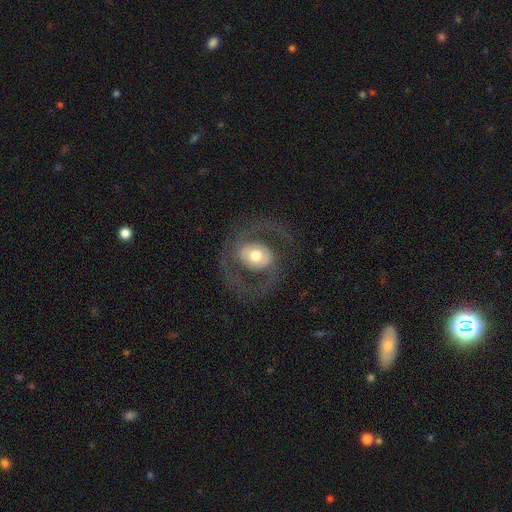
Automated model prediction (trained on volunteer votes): The model was most divided on "bar": no: 63%, weak: 26%, strong: 12%. More confident: edge-on disk — no (96%); smooth or featured — featured or disk (74%); merging — none (72%); spiral arms — yes (69%); bulge size — moderate (64%).